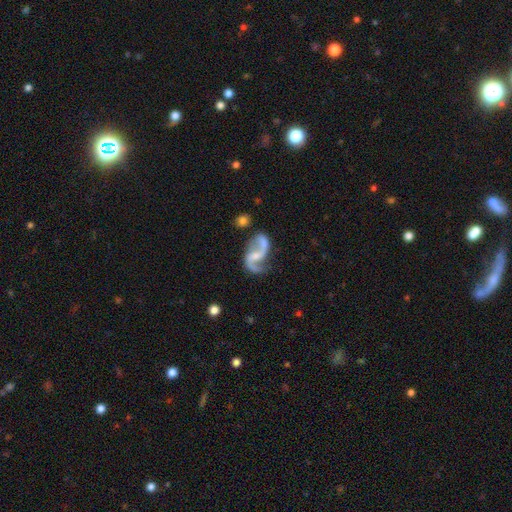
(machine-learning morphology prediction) This is clearly a featured or disk galaxy (90%). It is clearly not viewed edge-on (98%). Bar: marginally weak (43%). Spiral arm pattern: clearly yes (96%). Spiral arm count: clearly 2 (93%). Spiral winding: likely loose (69%). Central bulge: possibly small (52%). Merging: likely none (64%).